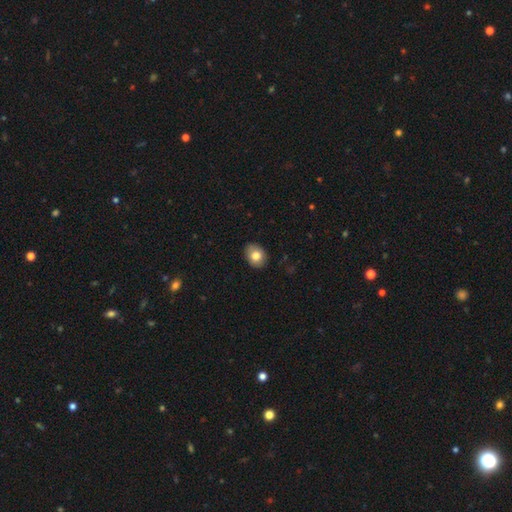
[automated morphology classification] Q: Smooth or featured?
A: smooth (81%); runner-up: featured or disk (11%)
Q: How rounded?
A: in between (59%); runner-up: round (40%)
Q: Merging?
A: none (87%); runner-up: minor disturbance (10%)